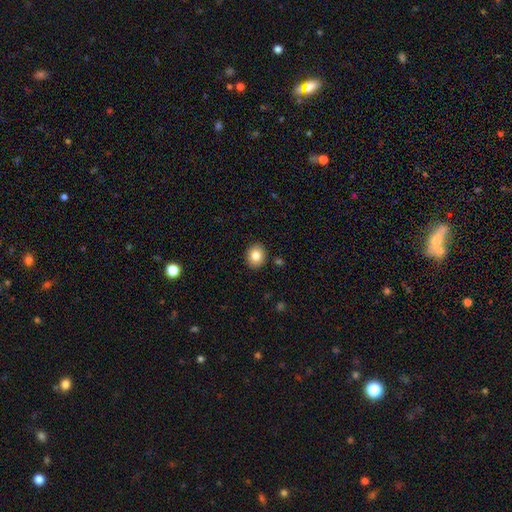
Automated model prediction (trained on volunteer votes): A smooth galaxy with no disk features (83%) that is round (62%). Merging: none (90%).